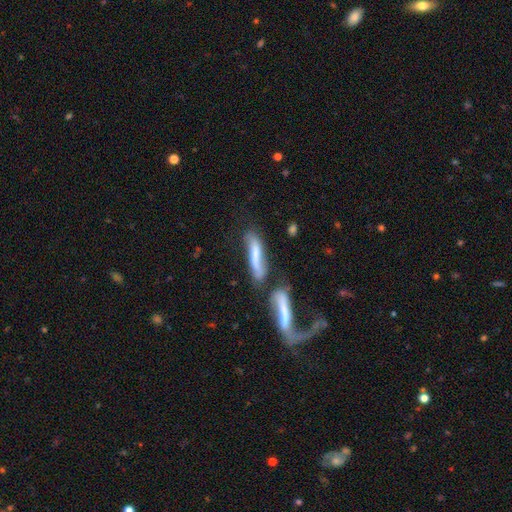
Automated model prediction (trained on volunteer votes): This appears to be a smooth galaxy with no disk features (50%) that is cigar-shaped (80%). Merging: merger (42%).